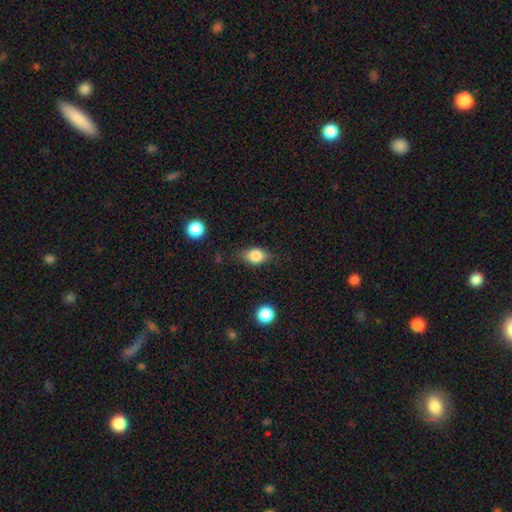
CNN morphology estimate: Smooth or featured? smooth (81%)
How rounded? in between (72%)
Merging? none (71%)